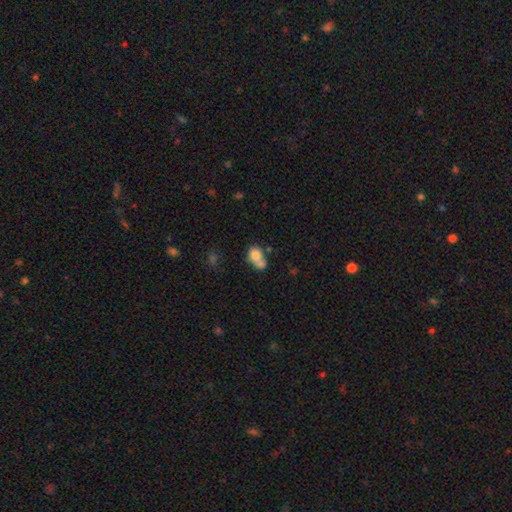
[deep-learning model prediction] Q: Smooth or featured?
A: smooth (76%); runner-up: featured or disk (14%)
Q: How rounded?
A: round (51%); runner-up: in between (48%)
Q: Merging?
A: merger (59%); runner-up: none (26%)